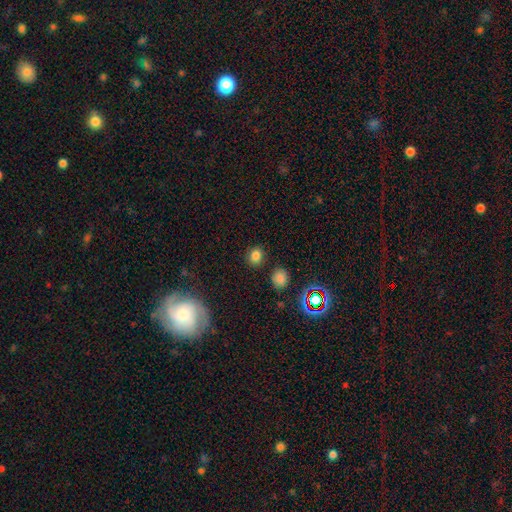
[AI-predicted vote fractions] Overall: smooth (80%). How rounded: round (70%). Merging: none (84%).